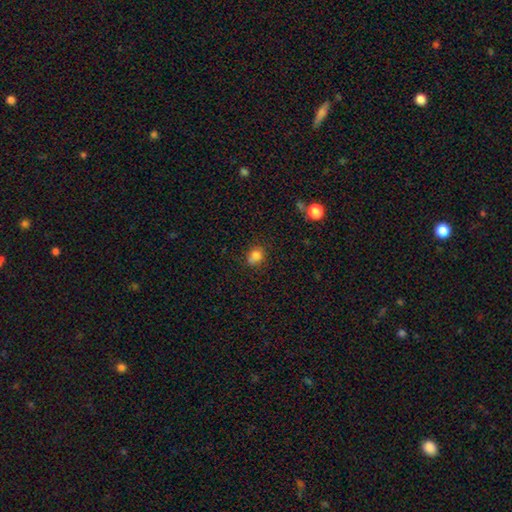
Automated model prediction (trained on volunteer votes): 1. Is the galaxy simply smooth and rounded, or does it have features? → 81% smooth, 13% star or artifact, 6% featured or disk.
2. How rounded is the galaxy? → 60% round, 39% in between, 1% cigar-shaped.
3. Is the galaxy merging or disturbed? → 64% none, 21% minor disturbance, 9% merger, 6% major disturbance.